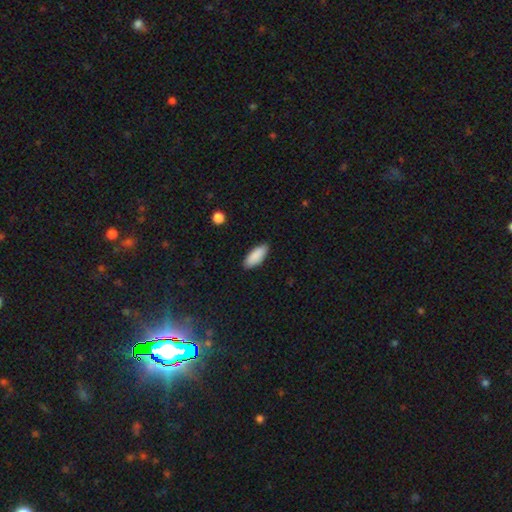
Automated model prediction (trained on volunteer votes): Smooth or featured? smooth (89%)
How rounded? in between (80%)
Merging? none (87%)